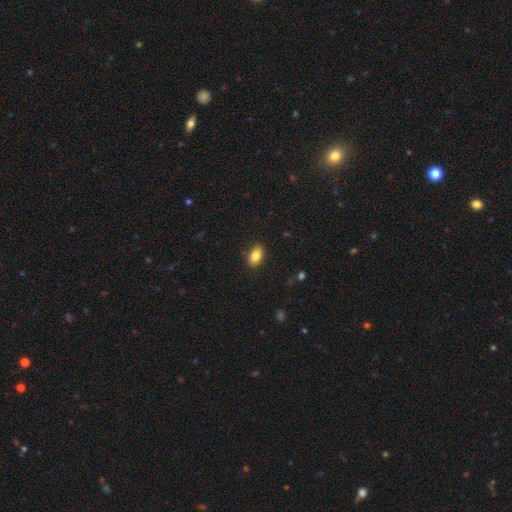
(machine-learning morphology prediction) This is clearly a smooth galaxy (84%). How rounded: clearly in between (89%). Merging: clearly none (88%).